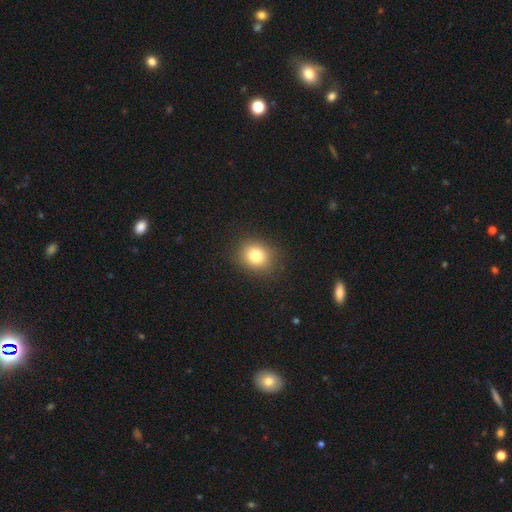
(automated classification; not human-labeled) smooth-or-featured: smooth: 80% | star or artifact: 12% | featured or disk: 8%
  how-rounded: round: 73% | in between: 26% | cigar-shaped: 1%
  merging: none: 87% | minor disturbance: 9% | major disturbance: 3% | merger: 1%